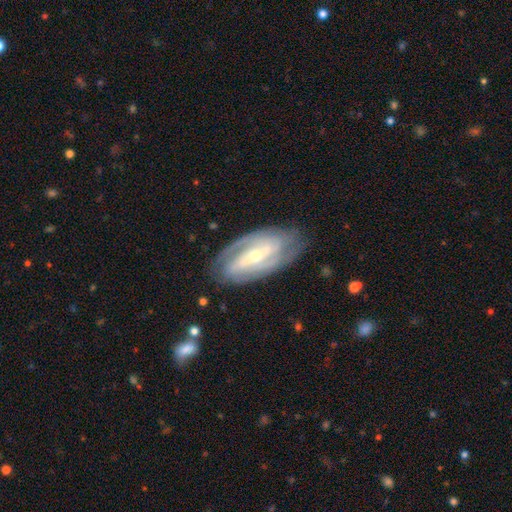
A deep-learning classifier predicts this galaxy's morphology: A featured or disk galaxy (86%) with a strong bar (56%), 2 (69%) tight (50%) spiral arms (93%) and a small central bulge (61%).

Vote fractions:
- Smooth or featured? featured or disk: 86% / smooth: 9% / star or artifact: 5%
- Edge-on disk? no: 93% / yes: 7%
- Bar? strong: 56% / weak: 29% / no: 15%
- Spiral arms? yes: 93% / no: 7%
- Spiral winding? tight: 50% / medium: 38% / loose: 12%
- Spiral arm count? 2: 69% / can't tell: 14% / 3: 9% / 4: 3% / 1: 3% / more than 4: 2%
- Bulge size? small: 61% / moderate: 35% / large: 2% / none: 1% / dominant: 1%
- Merging? none: 80% / minor disturbance: 14% / major disturbance: 5% / merger: 1%